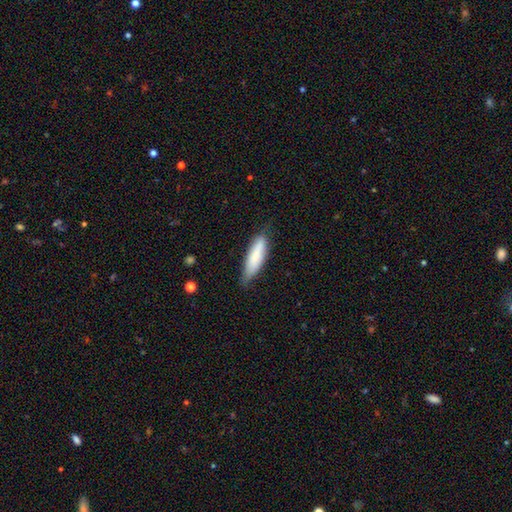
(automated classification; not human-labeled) The model was most divided on "how rounded": cigar-shaped: 59%, in between: 39%, round: 2%. More confident: smooth or featured — smooth (79%); merging — none (67%).